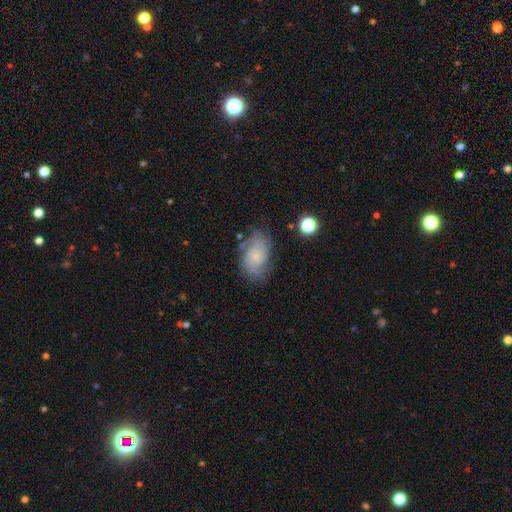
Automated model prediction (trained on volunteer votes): This appears to be a featured or disk galaxy (65%) with no bar (78%), tight (47%) spiral arms (90%) and a small central bulge (74%). Merging: none (66%).